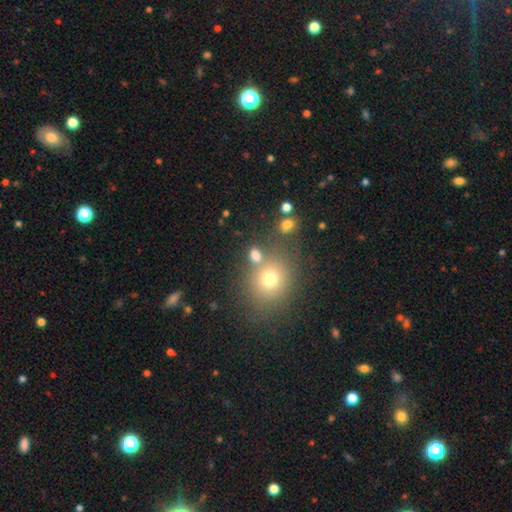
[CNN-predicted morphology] This is likely a smooth galaxy (73%). How rounded: likely round (62%). Merging: likely none (62%).